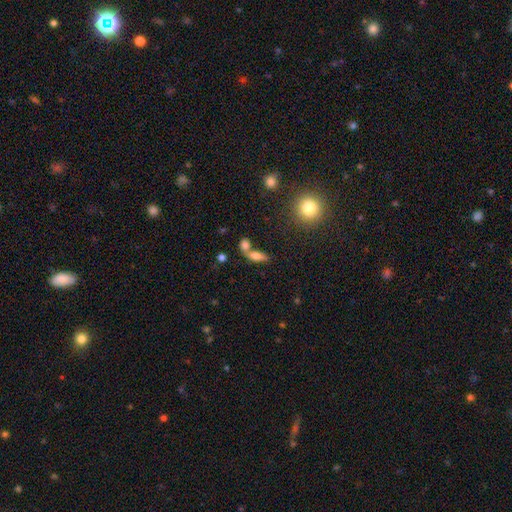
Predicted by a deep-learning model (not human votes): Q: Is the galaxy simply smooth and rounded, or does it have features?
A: smooth — 69%.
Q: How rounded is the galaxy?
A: in between — 63%.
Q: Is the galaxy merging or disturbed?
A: merger — 44%.